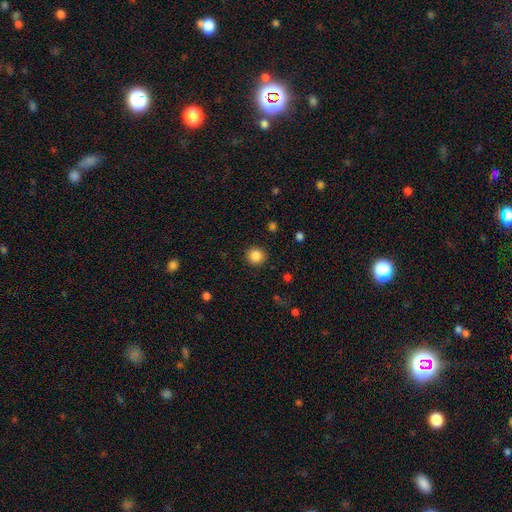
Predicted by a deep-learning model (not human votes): smooth-or-featured: smooth: 85% | star or artifact: 11% | featured or disk: 4%
  how-rounded: round: 93% | in between: 6% | cigar-shaped: 1%
  merging: none: 91% | minor disturbance: 5% | major disturbance: 2% | merger: 1%